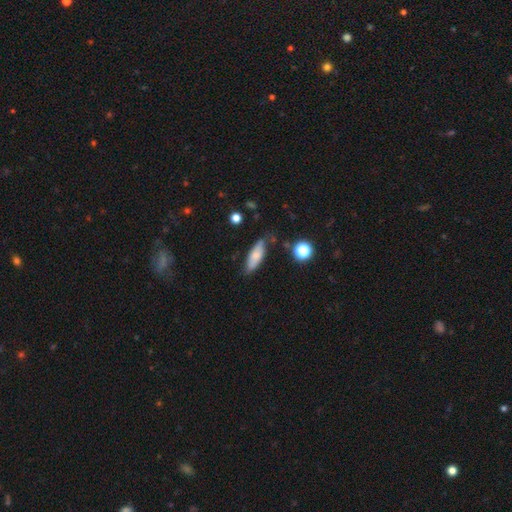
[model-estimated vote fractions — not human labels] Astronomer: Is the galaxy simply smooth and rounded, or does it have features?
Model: smooth — 72%.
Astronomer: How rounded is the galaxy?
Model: in between — 61% (runner-up: cigar-shaped, 36%).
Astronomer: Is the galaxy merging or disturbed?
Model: none — 71%.